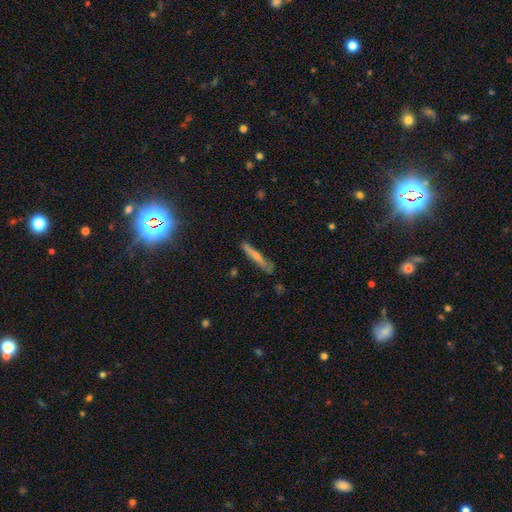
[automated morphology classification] Smooth or featured? smooth (57%)
How rounded? cigar-shaped (94%)
Merging? none (77%)